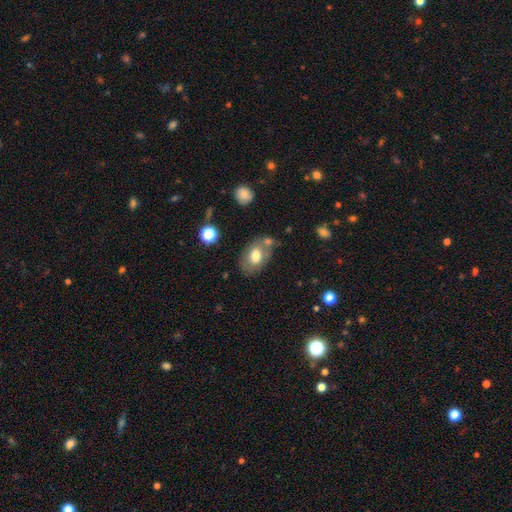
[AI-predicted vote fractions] Morphology: type=smooth (67%); roundness=in between (82%); merging=none (55%).